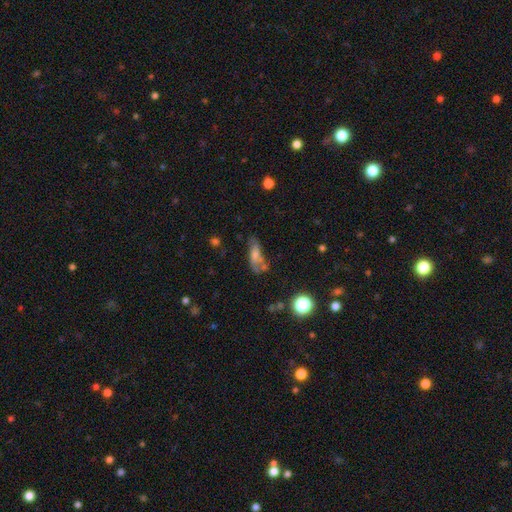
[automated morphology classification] A smooth galaxy with no disk features (60%) that is in between round and cigar-shaped (65%). Merging: none (40%).